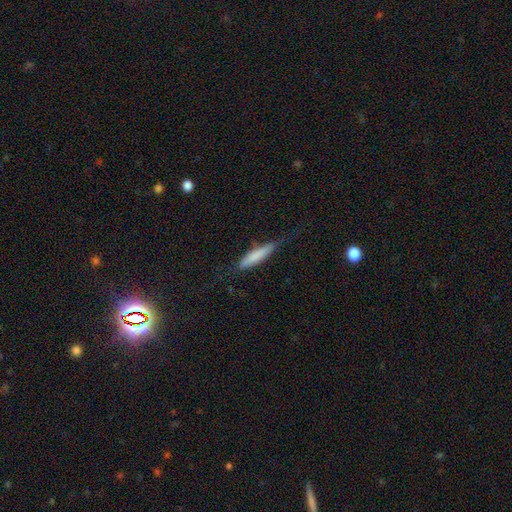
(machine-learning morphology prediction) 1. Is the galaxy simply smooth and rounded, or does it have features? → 74% smooth, 20% featured or disk, 6% star or artifact.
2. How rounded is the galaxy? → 85% cigar-shaped, 14% in between, 1% round.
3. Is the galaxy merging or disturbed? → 67% none, 24% minor disturbance, 7% major disturbance, 2% merger.